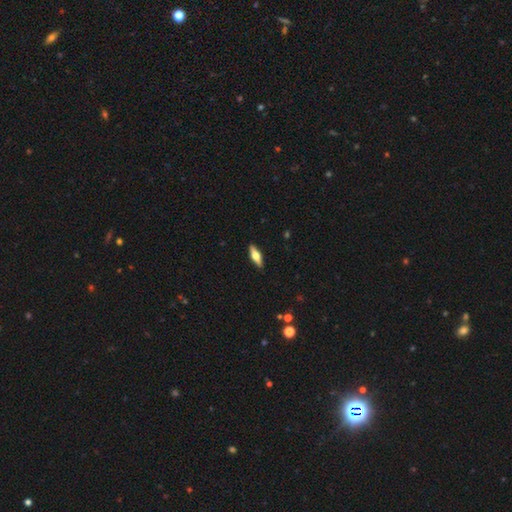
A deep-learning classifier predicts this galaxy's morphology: Smooth or featured? featured or disk (50%)
Merging? none (90%)